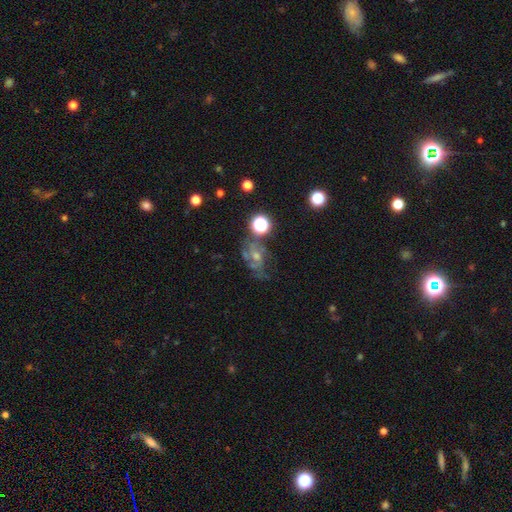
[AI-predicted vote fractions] Q: Smooth or featured?
A: featured or disk (57%); runner-up: smooth (23%)
Q: Edge-on disk?
A: no (96%); runner-up: yes (4%)
Q: Bar?
A: no (66%); runner-up: weak (28%)
Q: Spiral arms?
A: yes (73%); runner-up: no (27%)
Q: Bulge size?
A: moderate (45%); runner-up: small (39%)
Q: Merging?
A: none (45%); runner-up: major disturbance (24%)